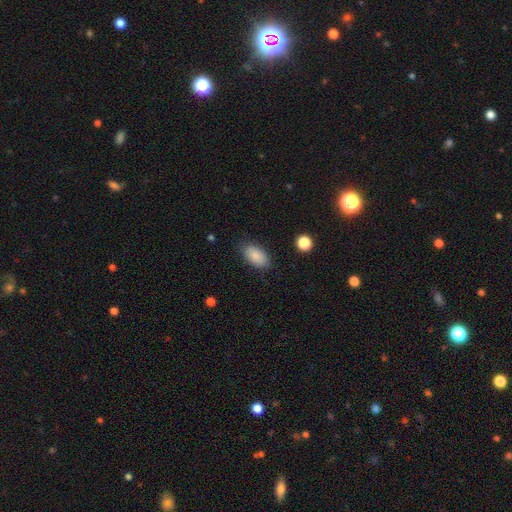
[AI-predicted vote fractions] Smooth or featured? smooth (88%)
How rounded? in between (93%)
Merging? none (85%)